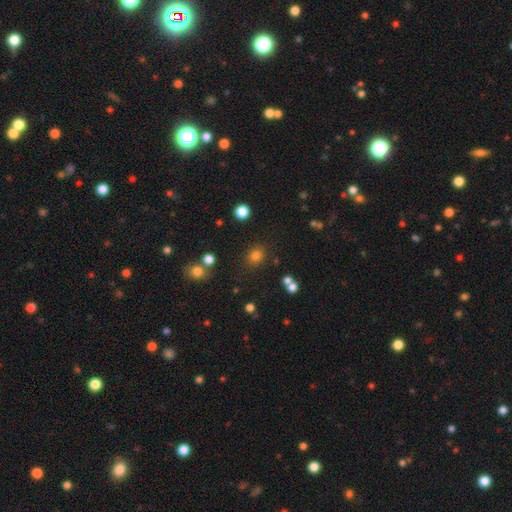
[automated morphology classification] smooth 78%, star or artifact 16%, featured or disk 6%. Down the decision tree: how rounded — round (73%); merging — none (82%).